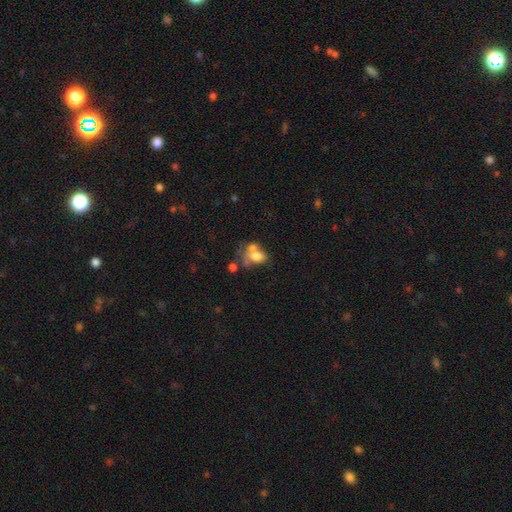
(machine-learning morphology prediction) Q: Smooth or featured?
A: smooth (60%); runner-up: featured or disk (28%)
Q: How rounded?
A: in between (78%); runner-up: round (20%)
Q: Merging?
A: merger (48%); runner-up: none (21%)